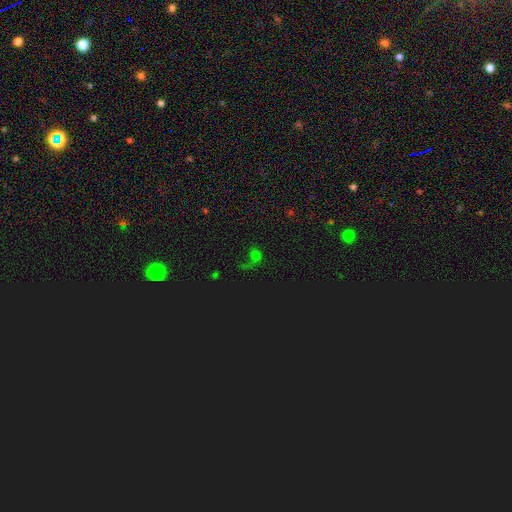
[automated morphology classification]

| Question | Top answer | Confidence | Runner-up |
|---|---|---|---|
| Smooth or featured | star or artifact | 46% | smooth (38%) |